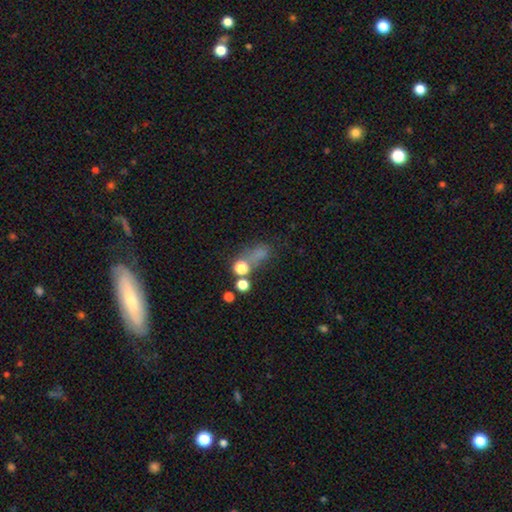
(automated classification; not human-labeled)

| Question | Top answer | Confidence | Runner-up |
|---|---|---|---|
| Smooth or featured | smooth | 52% | star or artifact (34%) |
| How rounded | in between | 48% | round (46%) |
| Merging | none | 45% | merger (20%) |